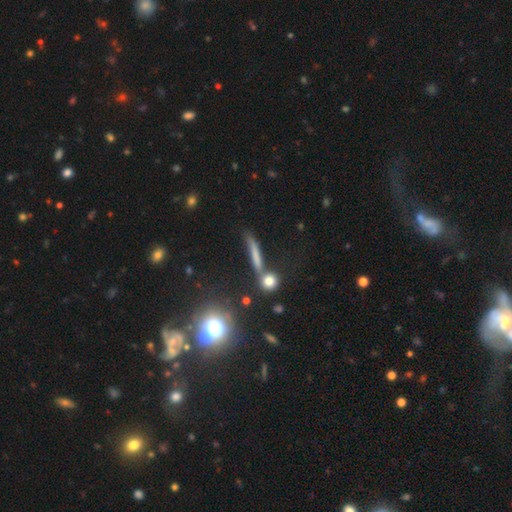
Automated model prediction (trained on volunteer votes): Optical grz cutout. It shows a smooth galaxy with no disk features (60%) that is cigar-shaped (79%). Merging: none (63%).